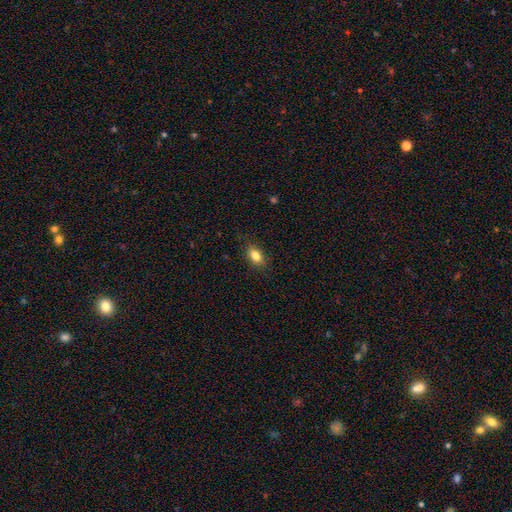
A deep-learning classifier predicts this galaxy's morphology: This appears to be a smooth galaxy with no disk features (83%) that is in between round and cigar-shaped (86%). Merging: none (86%).